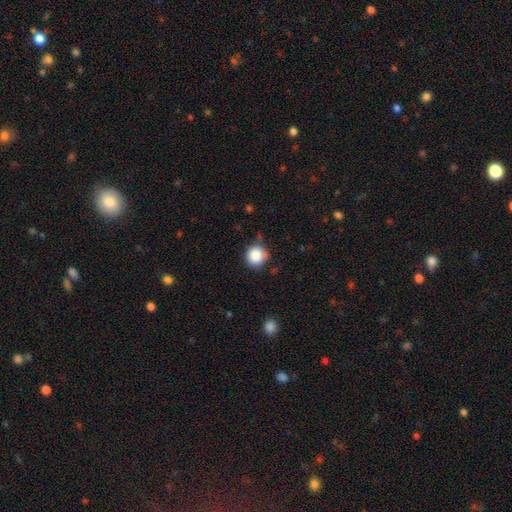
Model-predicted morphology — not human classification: Overall: smooth (86%). How rounded: round (91%). Merging: none (77%).